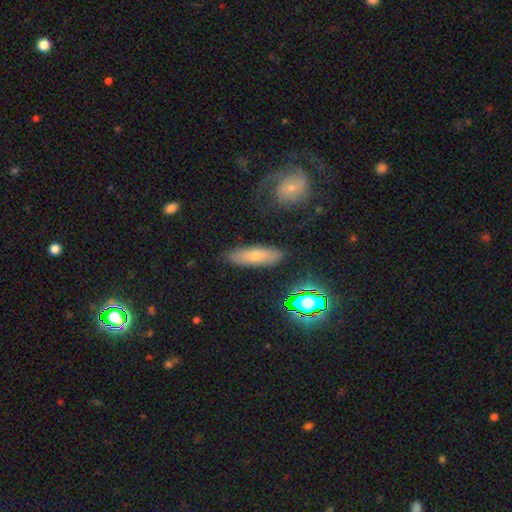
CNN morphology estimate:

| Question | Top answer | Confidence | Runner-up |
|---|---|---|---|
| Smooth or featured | smooth | 56% | featured or disk (30%) |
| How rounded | in between | 49% | cigar-shaped (47%) |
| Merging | none | 82% | minor disturbance (12%) |